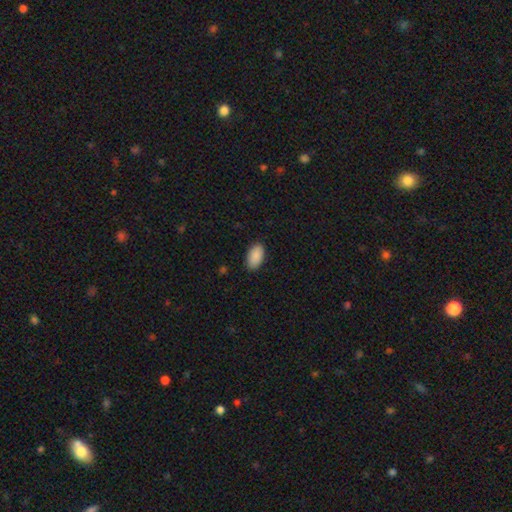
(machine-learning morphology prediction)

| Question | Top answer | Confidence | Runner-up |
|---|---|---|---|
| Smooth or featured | smooth | 90% | star or artifact (7%) |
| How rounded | in between | 95% | round (3%) |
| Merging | none | 87% | minor disturbance (10%) |